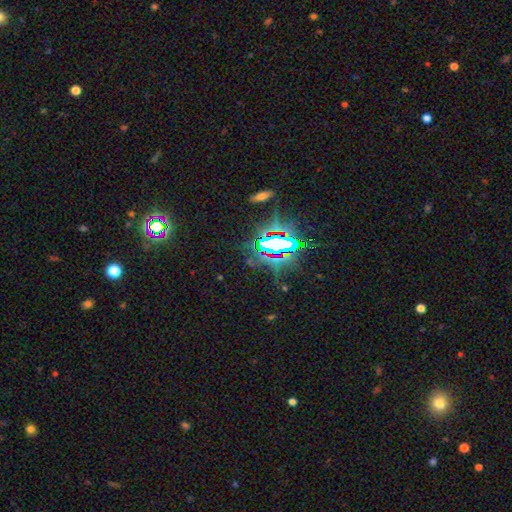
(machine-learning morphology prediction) Smooth or featured?
  - star or artifact: 79% *
  - smooth: 12%
  - featured or disk: 9%